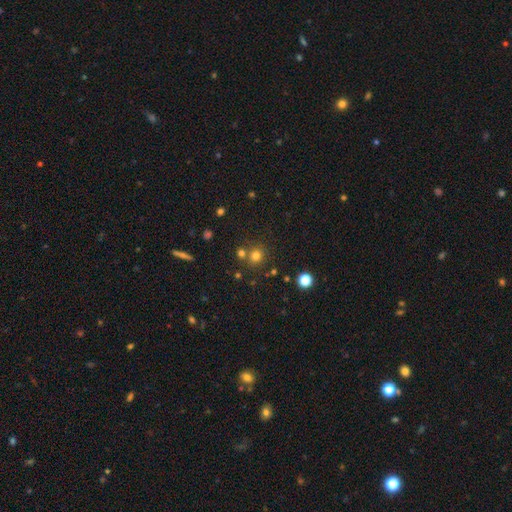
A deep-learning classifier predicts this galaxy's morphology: Smooth or featured?
  - smooth: 75% *
  - star or artifact: 18%
  - featured or disk: 7%
How rounded?
  - round: 86% *
  - in between: 13%
  - cigar-shaped: 1%
Merging?
  - none: 72% *
  - merger: 17%
  - minor disturbance: 8%
  - major disturbance: 3%